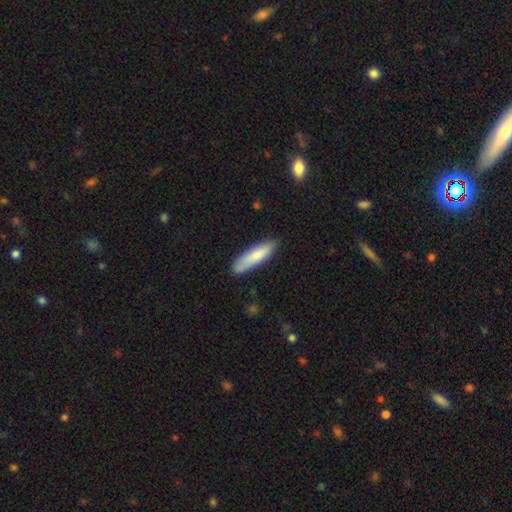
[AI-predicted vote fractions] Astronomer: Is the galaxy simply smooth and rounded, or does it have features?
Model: smooth — 81%.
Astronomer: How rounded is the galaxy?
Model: cigar-shaped — 71%.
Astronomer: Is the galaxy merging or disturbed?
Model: none — 83%.